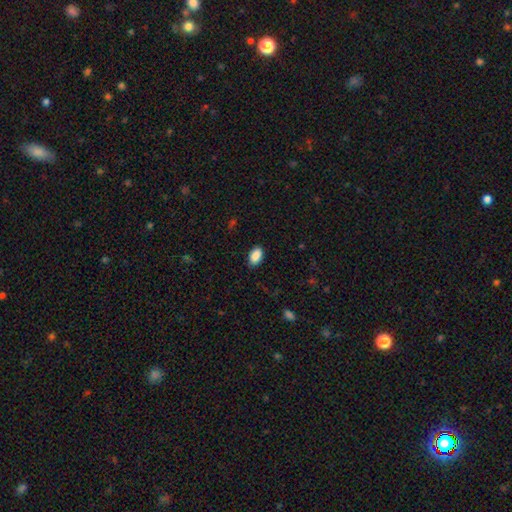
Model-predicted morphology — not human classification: Overall: smooth (90%). How rounded: in between (92%). Merging: none (86%).